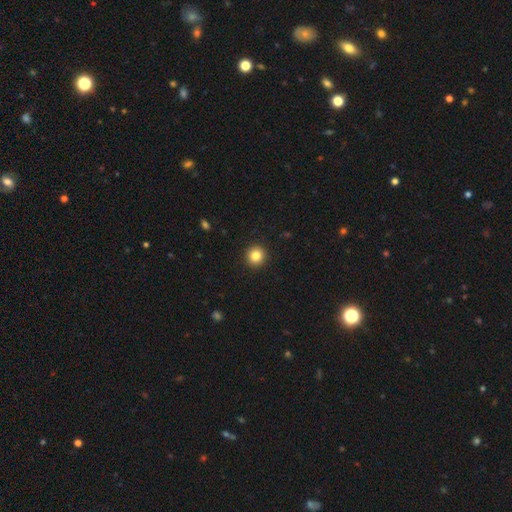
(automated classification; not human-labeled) A smooth galaxy with no disk features (83%) that is round (94%). Merging: none (93%).